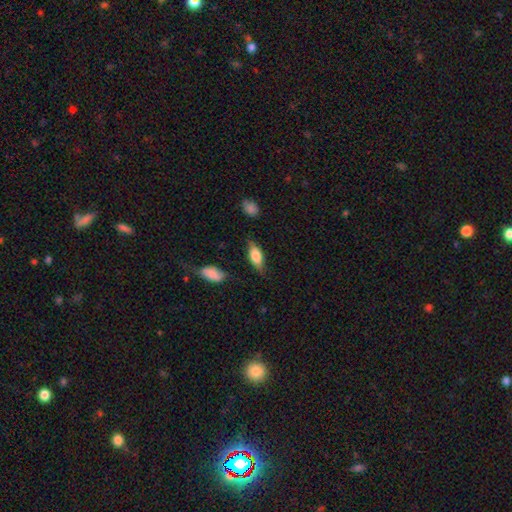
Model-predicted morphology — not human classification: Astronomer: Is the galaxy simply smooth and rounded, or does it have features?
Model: smooth — 66%.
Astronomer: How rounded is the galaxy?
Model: in between — 80%.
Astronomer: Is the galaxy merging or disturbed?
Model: none — 71%.